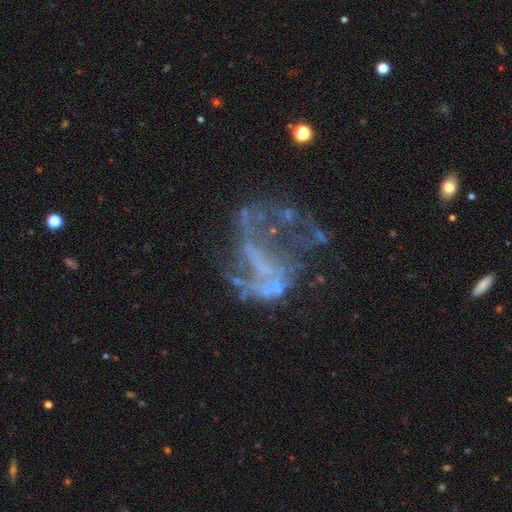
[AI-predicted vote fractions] Smooth or featured: featured or disk — 70% (star or artifact — 19%)
Edge-on disk: no — 97% (yes — 3%)
Bar: no — 64% (weak — 21%)
Spiral arms: no — 71% (yes — 29%)
Bulge size: none — 74% (small — 15%)
Merging: major disturbance — 42% (none — 32%)